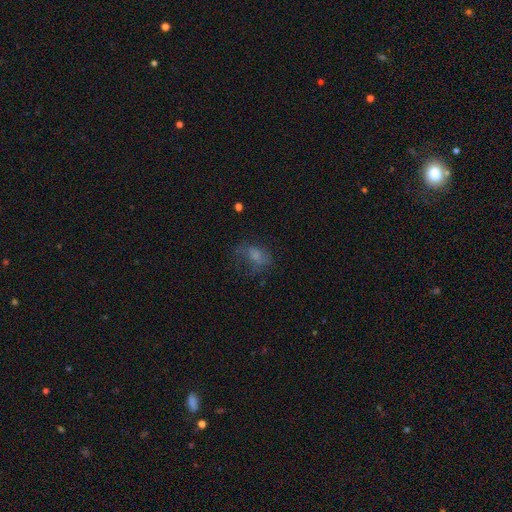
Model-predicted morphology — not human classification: A smooth galaxy with no disk features (61%) that is in between round and cigar-shaped (72%). Merging: none (42%).